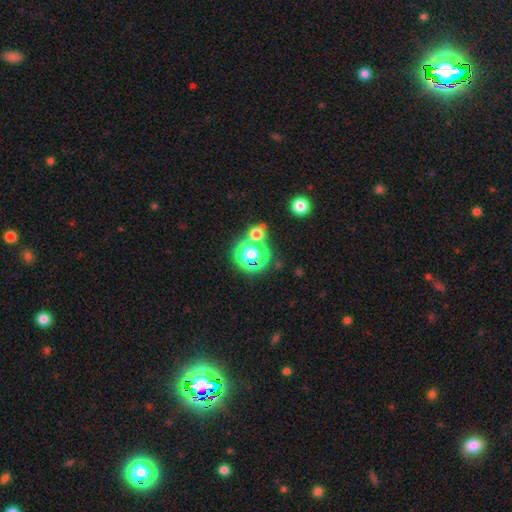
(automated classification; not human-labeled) Q: Smooth or featured?
A: star or artifact (71%); runner-up: smooth (23%)